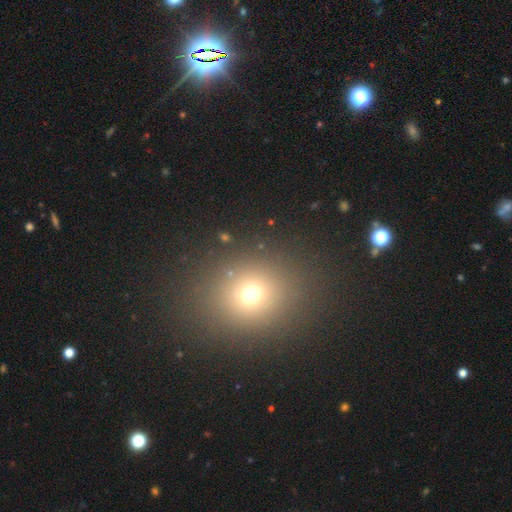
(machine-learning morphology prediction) Smooth or featured: smooth — 60% (star or artifact — 31%)
How rounded: round — 64% (in between — 34%)
Merging: none — 89% (minor disturbance — 6%)